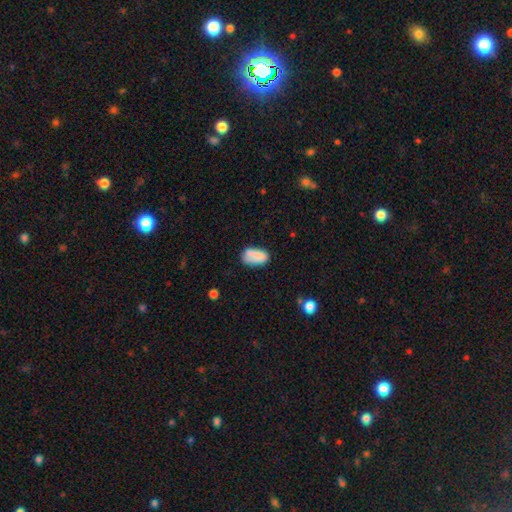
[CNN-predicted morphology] smooth_or_featured: smooth (p=0.77) [alt: featured or disk p=0.15]
how_rounded: in between (p=0.92) [alt: round p=0.05]
merging: none (p=0.57) [alt: minor disturbance p=0.25]